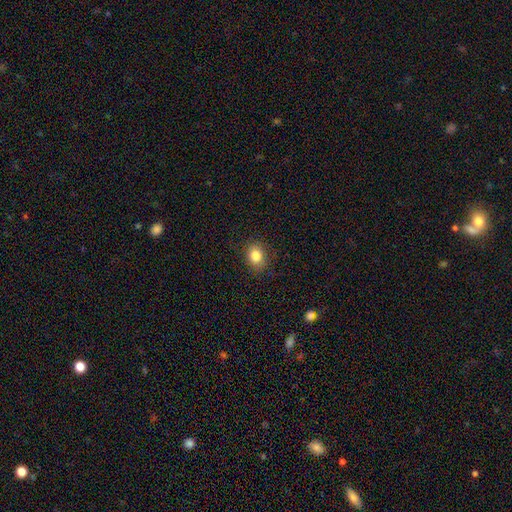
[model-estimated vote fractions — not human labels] smooth 84%, star or artifact 10%, featured or disk 6%. Down the decision tree: how rounded — in between (51%); merging — none (86%).